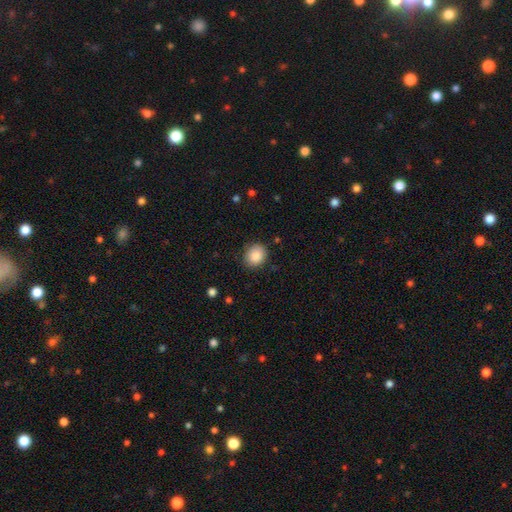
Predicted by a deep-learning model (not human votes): A smooth galaxy with no disk features (87%) that is round (70%).

Vote fractions:
- Smooth or featured? smooth: 87% / star or artifact: 8% / featured or disk: 5%
- How rounded? round: 70% / in between: 29% / cigar-shaped: 1%
- Merging? none: 85% / minor disturbance: 11% / major disturbance: 3% / merger: 1%